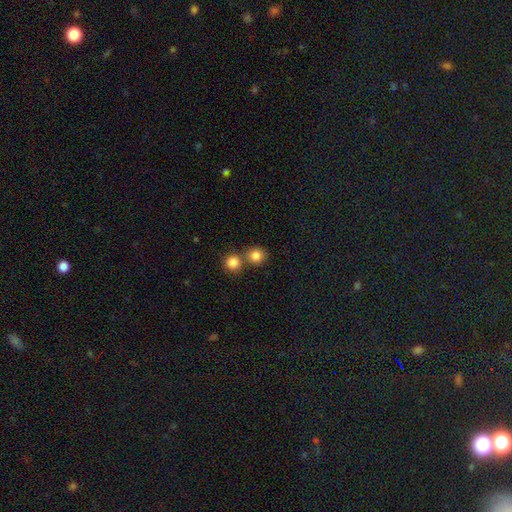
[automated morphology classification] Smooth or featured: smooth — 83% (star or artifact — 11%)
How rounded: round — 89% (in between — 10%)
Merging: none — 61% (merger — 30%)